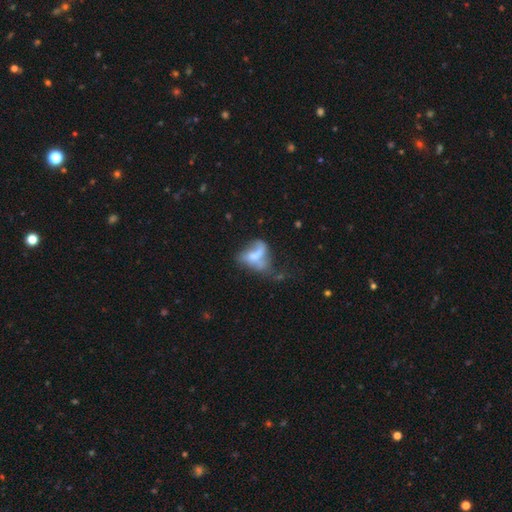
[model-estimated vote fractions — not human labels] Smooth or featured?
  - smooth: 48% *
  - featured or disk: 41%
  - star or artifact: 12%
Merging?
  - major disturbance: 41% *
  - merger: 24%
  - none: 19%
  - minor disturbance: 16%